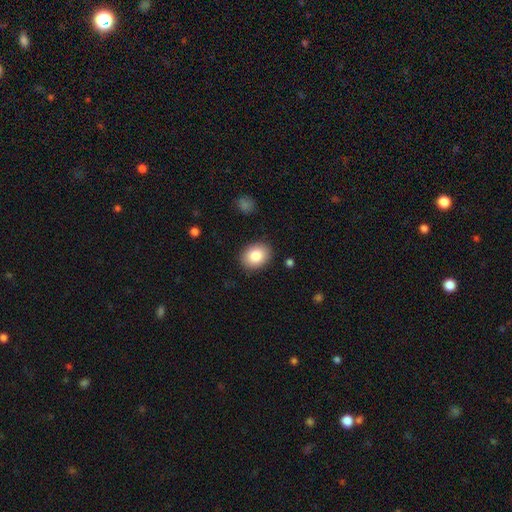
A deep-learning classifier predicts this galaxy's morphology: The model was most divided on "how rounded": in between: 61%, round: 38%, cigar-shaped: 1%. More confident: merging — none (88%); smooth or featured — smooth (84%).